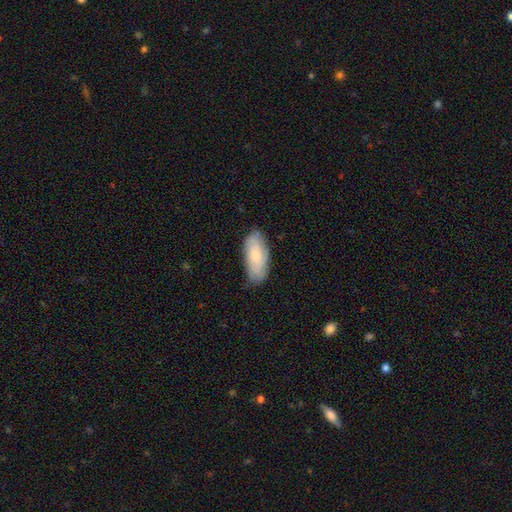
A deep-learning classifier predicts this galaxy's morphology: This is likely a smooth galaxy (71%). How rounded: clearly in between (84%). Merging: likely none (78%).